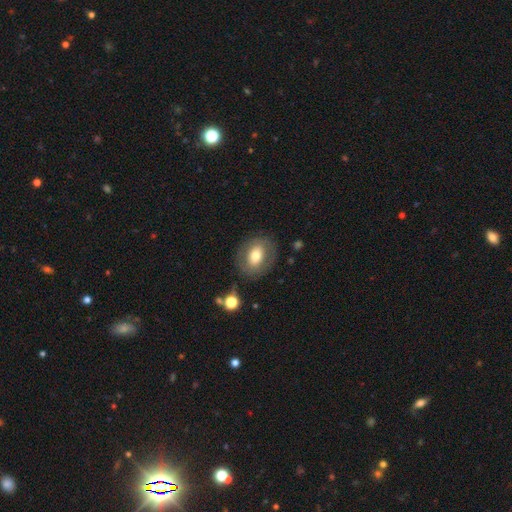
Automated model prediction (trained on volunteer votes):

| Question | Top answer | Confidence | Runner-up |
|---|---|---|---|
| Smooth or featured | smooth | 63% | featured or disk (29%) |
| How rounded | in between | 57% | round (42%) |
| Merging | none | 79% | minor disturbance (12%) |